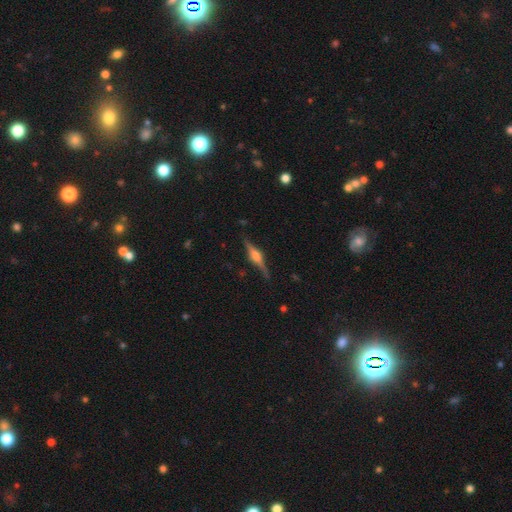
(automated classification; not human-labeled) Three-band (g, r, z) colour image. It shows a featured or disk galaxy (79%) viewed edge-on (98%) with a rounded central bulge (86%). Merging: none (86%).